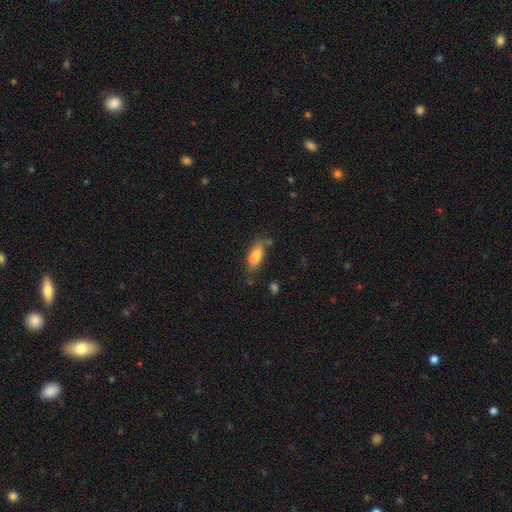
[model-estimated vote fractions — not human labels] Morphology: type=smooth (72%); roundness=in between (75%); merging=none (62%).